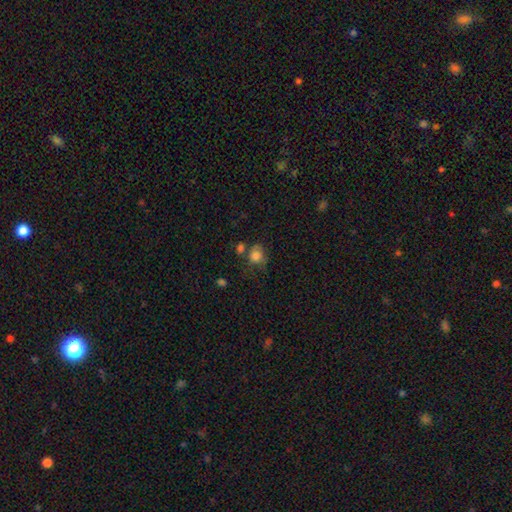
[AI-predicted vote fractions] A smooth galaxy with no disk features (78%) that is round (61%).

Vote fractions:
- Smooth or featured? smooth: 78% / featured or disk: 11% / star or artifact: 11%
- How rounded? round: 61% / in between: 38% / cigar-shaped: 1%
- Merging? none: 44% / minor disturbance: 26% / merger: 17% / major disturbance: 14%